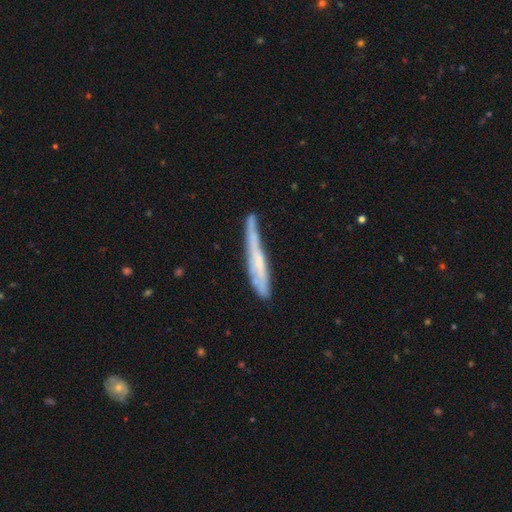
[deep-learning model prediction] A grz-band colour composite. It shows a featured or disk galaxy (53%) viewed edge-on (80%). Merging: none (58%).